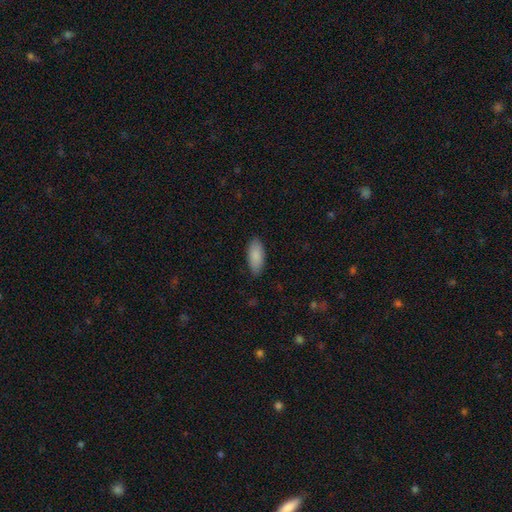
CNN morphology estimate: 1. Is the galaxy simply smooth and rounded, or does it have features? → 89% smooth, 6% star or artifact, 6% featured or disk.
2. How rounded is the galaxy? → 88% in between, 10% cigar-shaped, 2% round.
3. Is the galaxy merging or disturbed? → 84% none, 13% minor disturbance, 2% major disturbance, 1% merger.